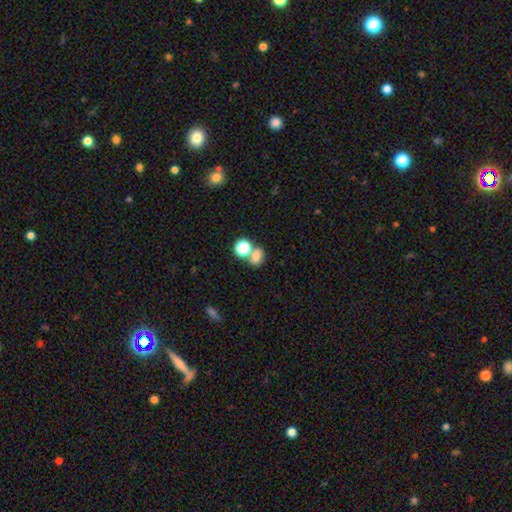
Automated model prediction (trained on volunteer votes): smooth 74%, star or artifact 17%, featured or disk 9%. Down the decision tree: how rounded — in between (53%); merging — none (46%).